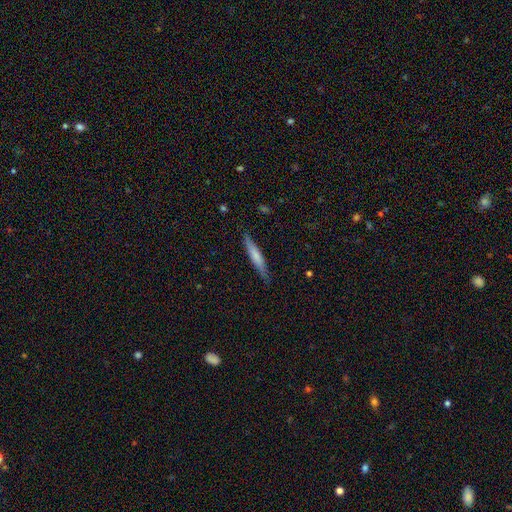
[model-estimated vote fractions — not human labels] A smooth galaxy with no disk features (61%) that is cigar-shaped (92%).

Vote fractions:
- Smooth or featured? smooth: 61% / featured or disk: 33% / star or artifact: 6%
- How rounded? cigar-shaped: 92% / in between: 7% / round: 1%
- Merging? none: 83% / minor disturbance: 14% / major disturbance: 2% / merger: 1%